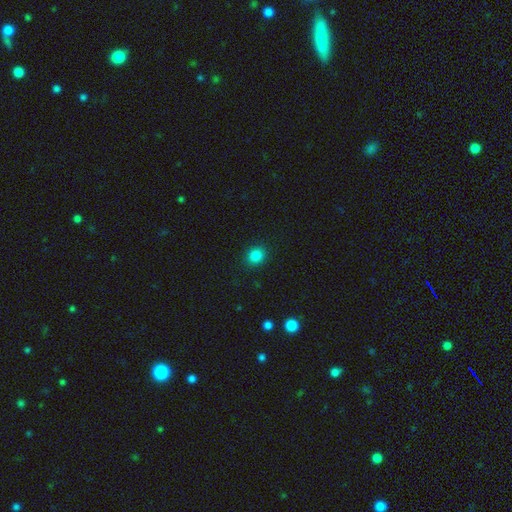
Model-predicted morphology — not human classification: This is clearly a smooth galaxy (85%). How rounded: likely round (79%). Merging: clearly none (91%).